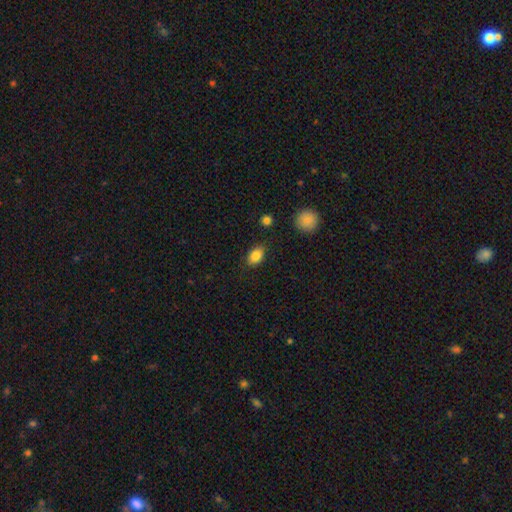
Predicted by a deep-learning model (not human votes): smooth 86%, star or artifact 9%, featured or disk 6%. Down the decision tree: how rounded — in between (81%); merging — none (83%).